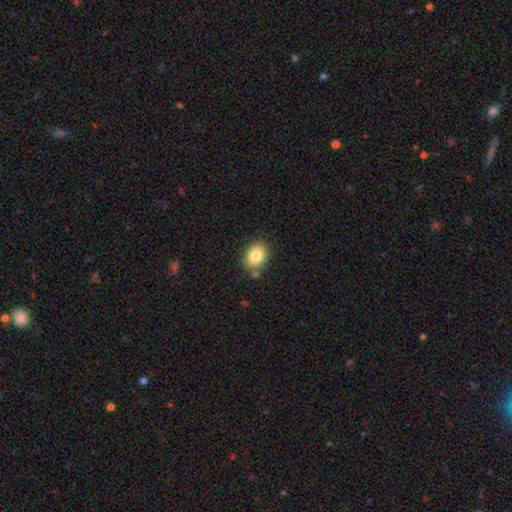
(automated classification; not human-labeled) A smooth galaxy with no disk features (82%) that is in between round and cigar-shaped (59%). Merging: none (78%).